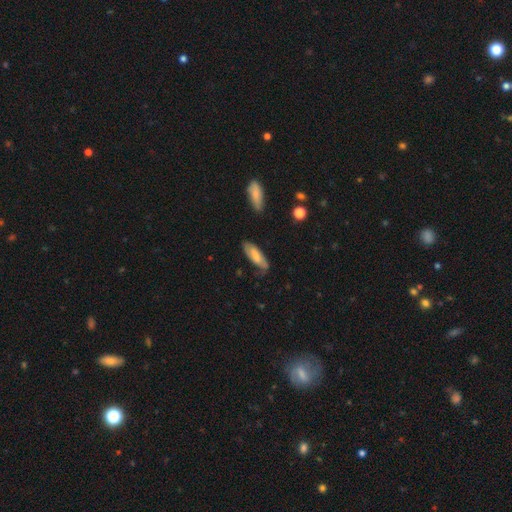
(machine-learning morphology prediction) Smooth or featured? Predicted: smooth (p=0.58). How rounded? Predicted: in between (p=0.67). Merging? Predicted: none (p=0.60).